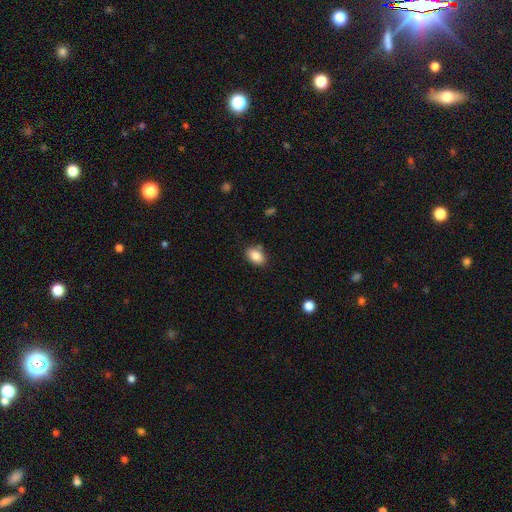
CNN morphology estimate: The model was most divided on "merging": none: 80%, minor disturbance: 13%, merger: 4%, major disturbance: 3%. More confident: smooth or featured — smooth (86%); how rounded — in between (83%).